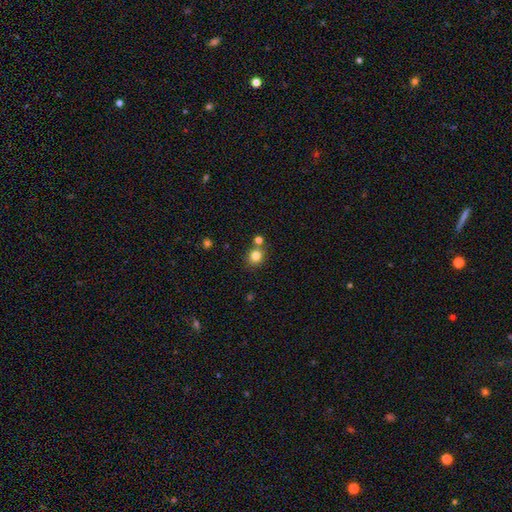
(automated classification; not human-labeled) The model was most divided on "merging": none: 72%, merger: 16%, minor disturbance: 9%, major disturbance: 3%. More confident: how rounded — round (83%); smooth or featured — smooth (82%).